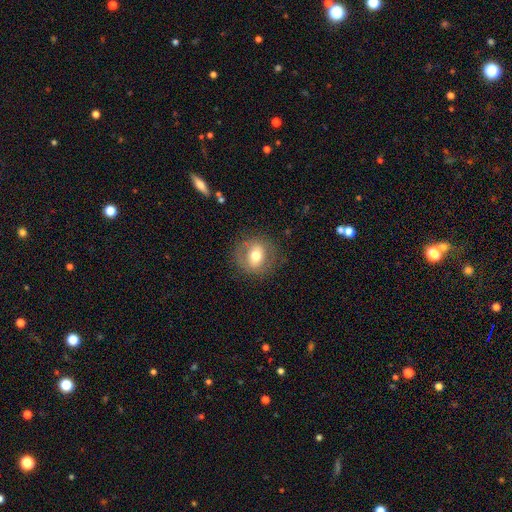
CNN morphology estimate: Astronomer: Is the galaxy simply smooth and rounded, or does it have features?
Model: smooth — 57% (runner-up: featured or disk, 33%).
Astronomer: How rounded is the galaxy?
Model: round — 76%.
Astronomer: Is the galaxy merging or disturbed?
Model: none — 80%.